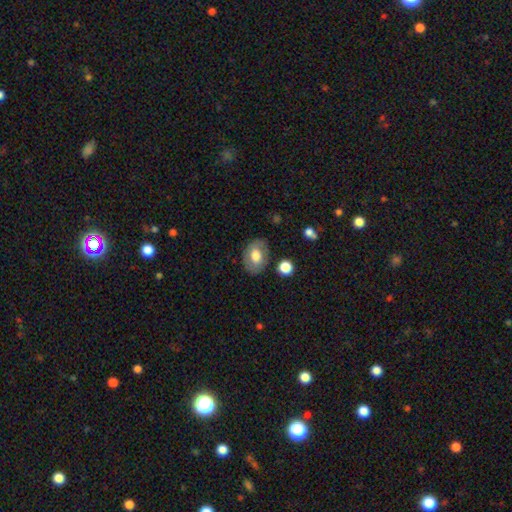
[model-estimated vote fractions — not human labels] Smooth or featured? Predicted: smooth (p=0.64). How rounded? Predicted: in between (p=0.78). Merging? Predicted: none (p=0.80).